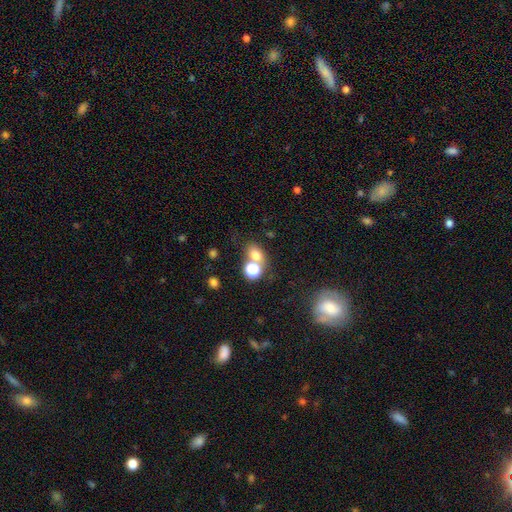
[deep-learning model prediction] Smooth or featured?
  - smooth: 70% *
  - star or artifact: 20%
  - featured or disk: 11%
How rounded?
  - in between: 53% *
  - round: 45%
  - cigar-shaped: 1%
Merging?
  - none: 51% *
  - merger: 34%
  - minor disturbance: 10%
  - major disturbance: 5%